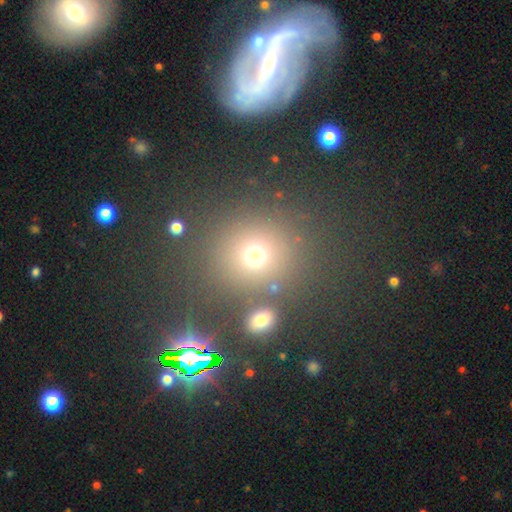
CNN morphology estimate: A smooth galaxy with no disk features (57%) that is round (86%). Merging: none (79%).